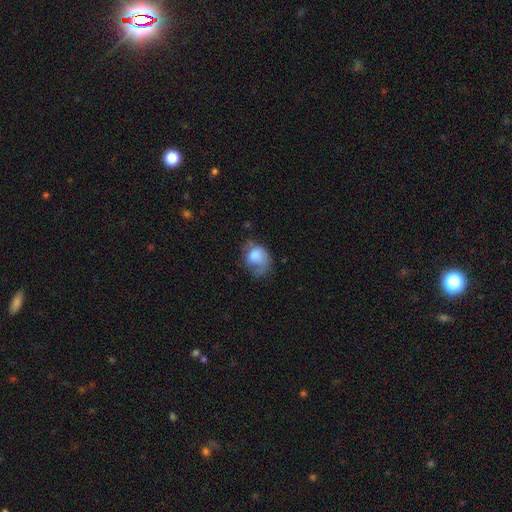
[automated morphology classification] A smooth galaxy with no disk features (69%) that is in between round and cigar-shaped (56%).

Vote fractions:
- Smooth or featured? smooth: 69% / featured or disk: 23% / star or artifact: 8%
- How rounded? in between: 56% / round: 43% / cigar-shaped: 1%
- Merging? major disturbance: 40% / minor disturbance: 30% / none: 26% / merger: 3%